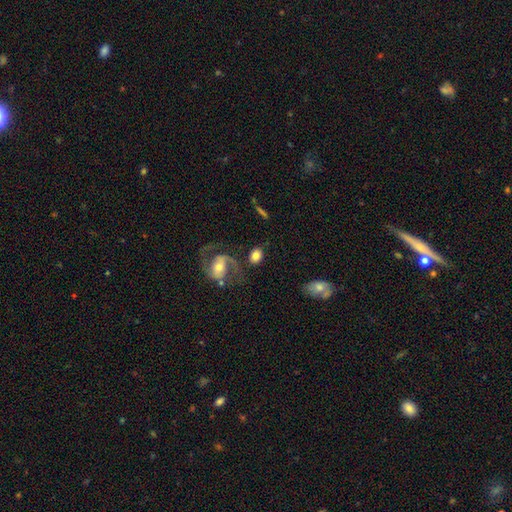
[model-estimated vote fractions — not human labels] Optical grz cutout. It shows a smooth galaxy with no disk features (66%) that is in between round and cigar-shaped (62%). Merging: none (67%).